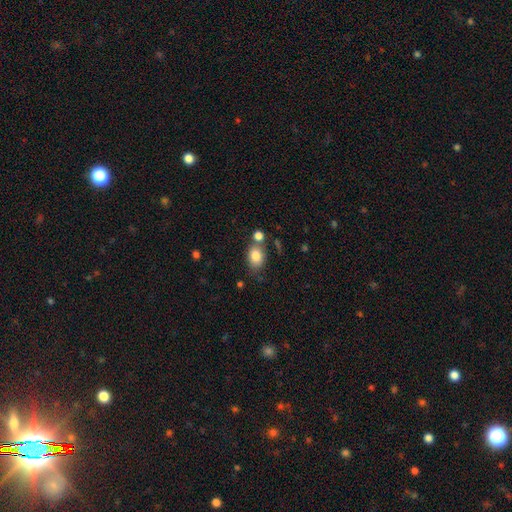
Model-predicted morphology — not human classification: type=smooth (83%); roundness=in between (69%); merging=none (60%).